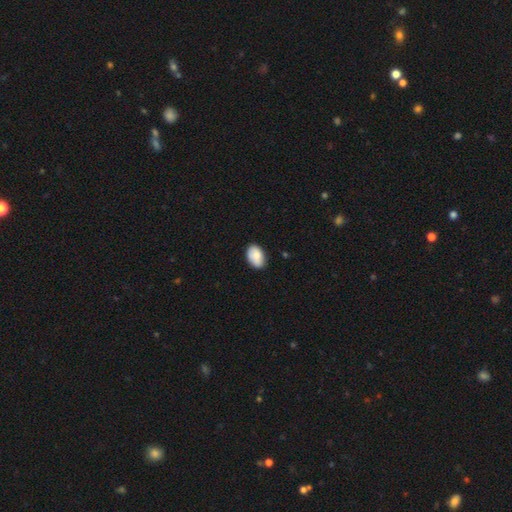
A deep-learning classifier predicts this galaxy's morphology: This appears to be a smooth galaxy with no disk features (81%) that is in between round and cigar-shaped (89%). Merging: none (81%).